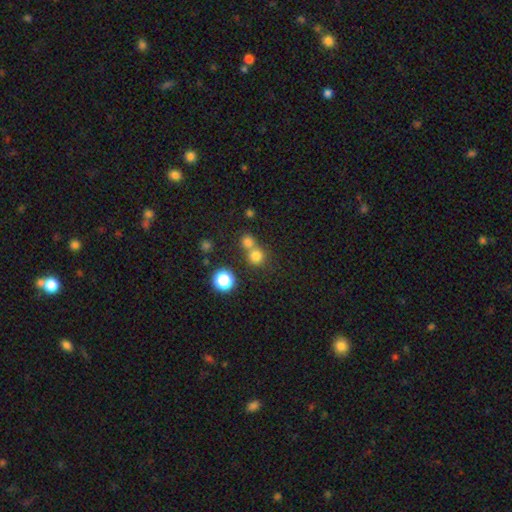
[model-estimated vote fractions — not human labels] Morphology: type=smooth (75%); roundness=round (89%); merging=none (51%).